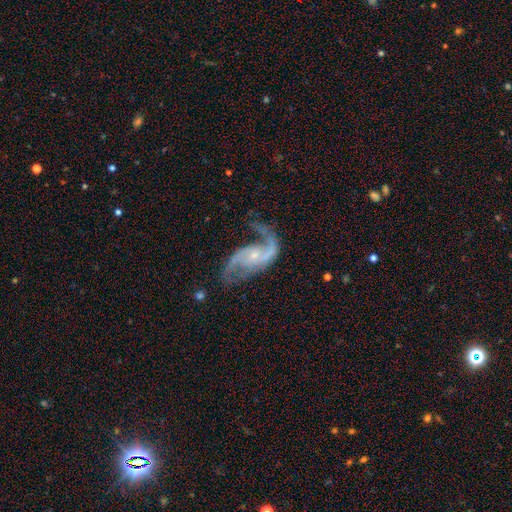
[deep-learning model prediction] A featured or disk galaxy (90%) with no bar (57%), 2 (89%) loose (57%) spiral arms (97%) and a small central bulge (71%).

Vote fractions:
- Smooth or featured? featured or disk: 90% / star or artifact: 5% / smooth: 5%
- Edge-on disk? no: 97% / yes: 3%
- Bar? no: 57% / weak: 32% / strong: 11%
- Spiral arms? yes: 97% / no: 3%
- Spiral winding? loose: 57% / medium: 35% / tight: 8%
- Spiral arm count? 2: 89% / 1: 4% / can't tell: 2% / 3: 2% / 4: 1% / more than 4: 1%
- Bulge size? small: 71% / moderate: 21% / none: 5% / large: 1% / dominant: 1%
- Merging? none: 60% / minor disturbance: 19% / major disturbance: 18% / merger: 3%